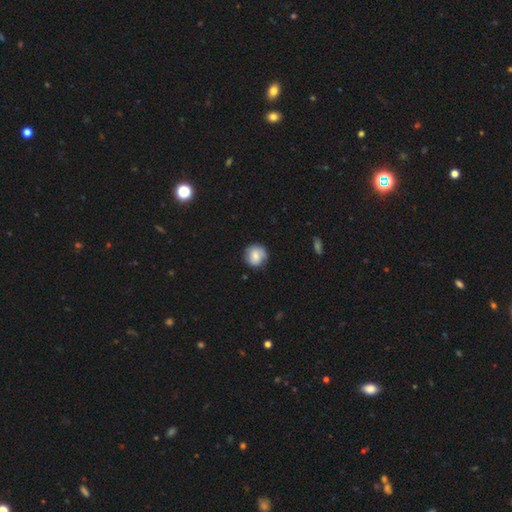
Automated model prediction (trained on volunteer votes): Smooth or featured? smooth (70%)
How rounded? round (90%)
Merging? none (79%)